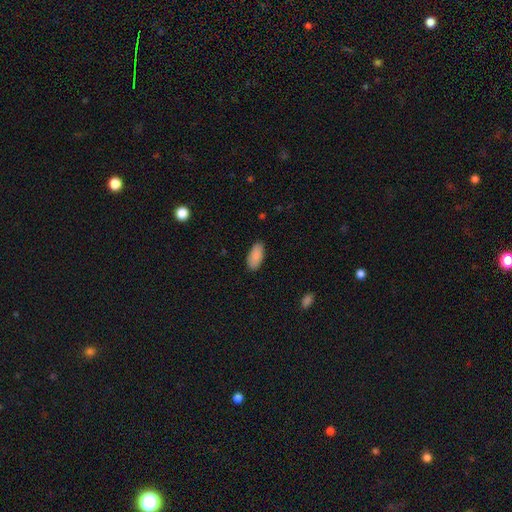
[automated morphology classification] A smooth galaxy with no disk features (89%) that is in between round and cigar-shaped (91%).

Vote fractions:
- Smooth or featured? smooth: 89% / star or artifact: 6% / featured or disk: 4%
- How rounded? in between: 91% / cigar-shaped: 7% / round: 2%
- Merging? none: 86% / minor disturbance: 11% / major disturbance: 2% / merger: 1%